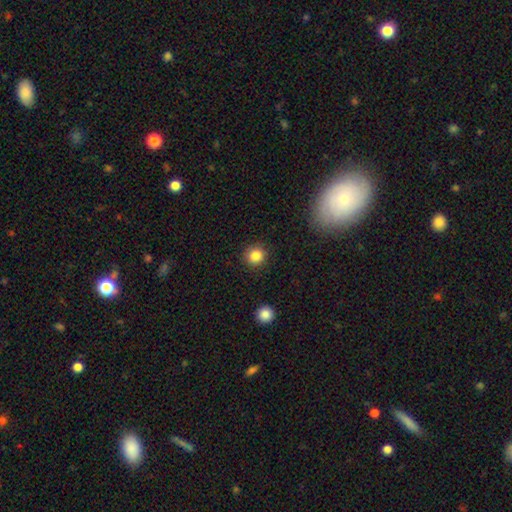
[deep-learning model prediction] This is clearly a smooth galaxy (84%). How rounded: clearly round (90%). Merging: clearly none (89%).